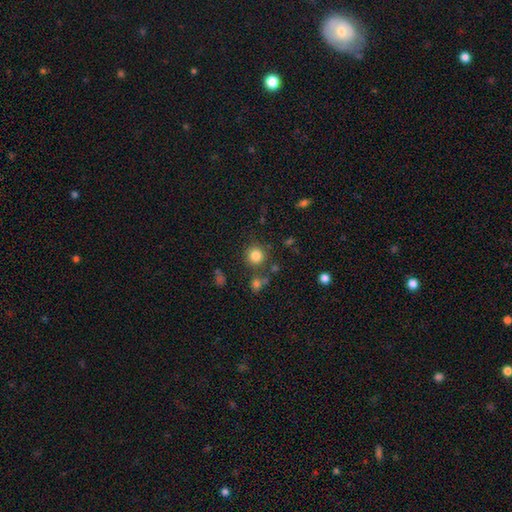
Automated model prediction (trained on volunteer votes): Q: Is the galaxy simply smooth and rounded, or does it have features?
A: smooth — 81%.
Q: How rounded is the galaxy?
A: round — 92%.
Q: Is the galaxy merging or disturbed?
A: none — 81%.